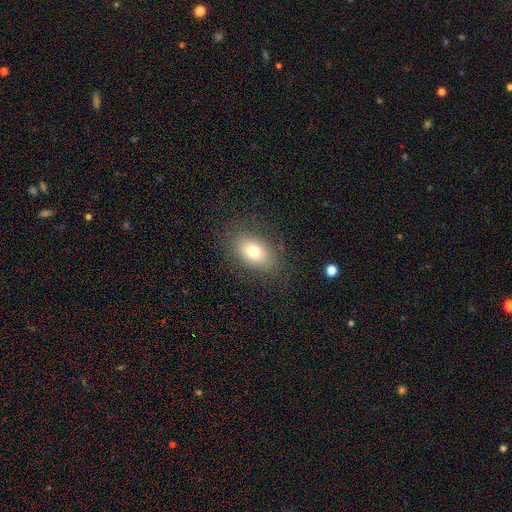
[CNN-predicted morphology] This appears to be a smooth galaxy with no disk features (74%) that is in between round and cigar-shaped (84%). Merging: none (85%).